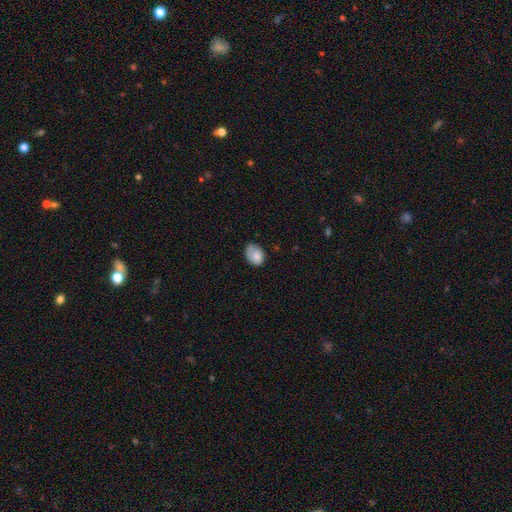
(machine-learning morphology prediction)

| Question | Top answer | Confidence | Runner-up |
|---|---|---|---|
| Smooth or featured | smooth | 81% | featured or disk (11%) |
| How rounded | in between | 76% | round (23%) |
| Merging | none | 53% | minor disturbance (34%) |